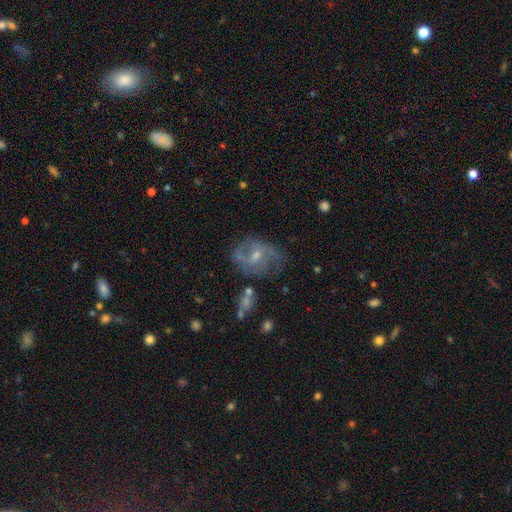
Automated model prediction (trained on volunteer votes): This appears to be a featured or disk galaxy (72%) with a weak bar (51%), 2 (63%) medium (45%) spiral arms (84%) and a moderate central bulge (47%). Merging: none (61%).